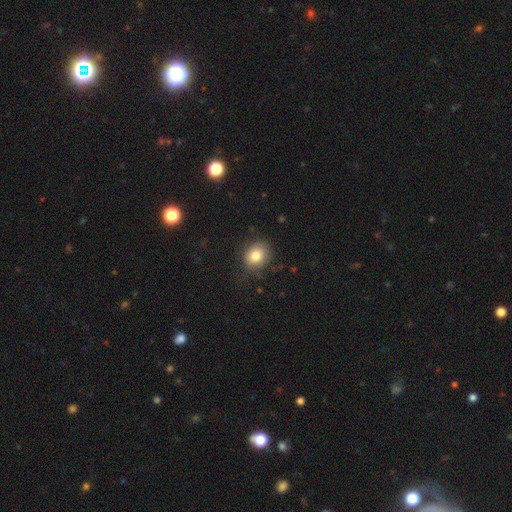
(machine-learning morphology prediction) Smooth or featured? smooth (81%)
How rounded? round (66%)
Merging? none (79%)